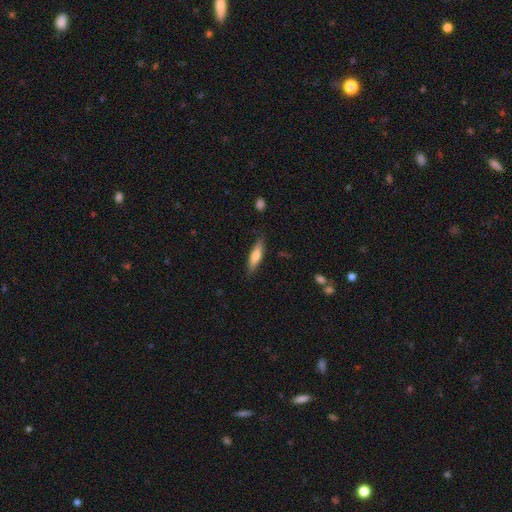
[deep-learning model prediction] A smooth galaxy with no disk features (66%) that is cigar-shaped (69%). Merging: none (83%).